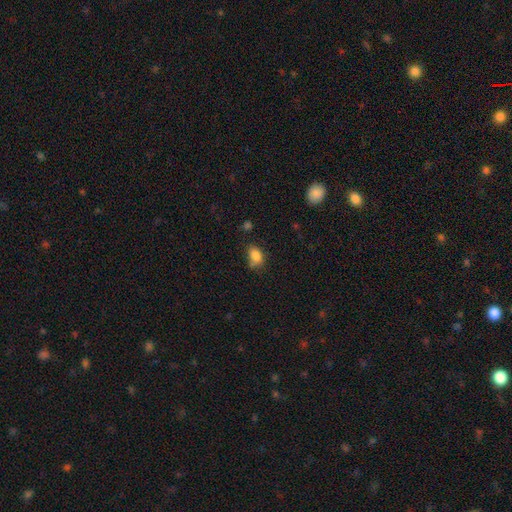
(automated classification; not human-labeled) Smooth or featured? smooth (84%)
How rounded? in between (81%)
Merging? none (62%)